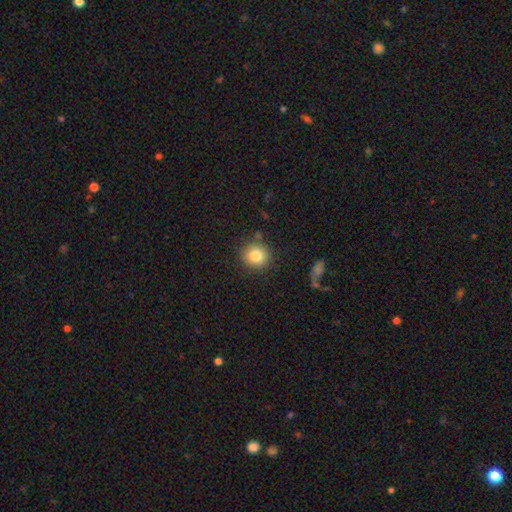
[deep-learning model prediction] smooth_or_featured: smooth (p=0.82) [alt: star or artifact p=0.10]
how_rounded: round (p=0.88) [alt: in between p=0.11]
merging: none (p=0.85) [alt: minor disturbance p=0.09]